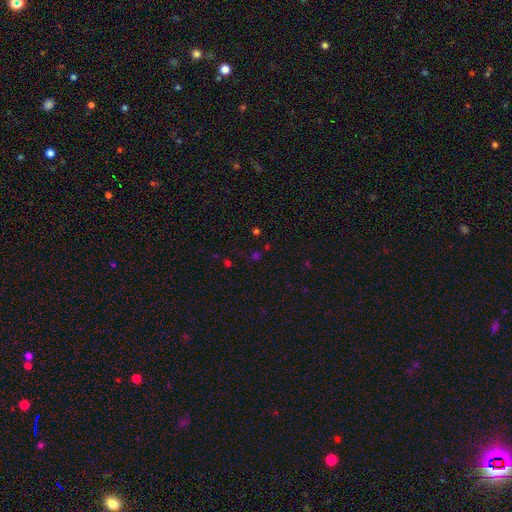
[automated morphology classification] The model was most divided on "smooth or featured": star or artifact: 53%, smooth: 40%, featured or disk: 6%.